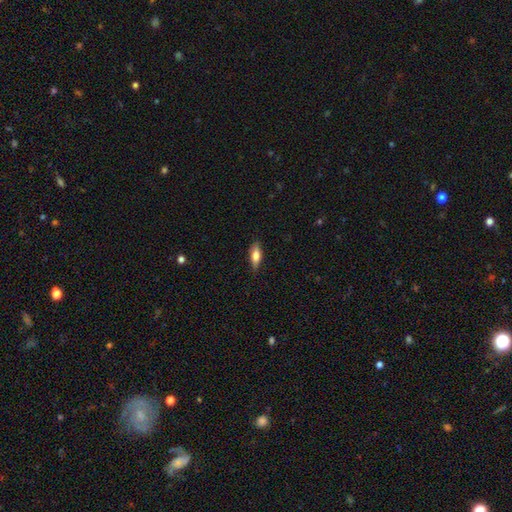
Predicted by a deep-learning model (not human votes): This appears to be a smooth galaxy with no disk features (68%) that is in between round and cigar-shaped (63%). Merging: none (85%).